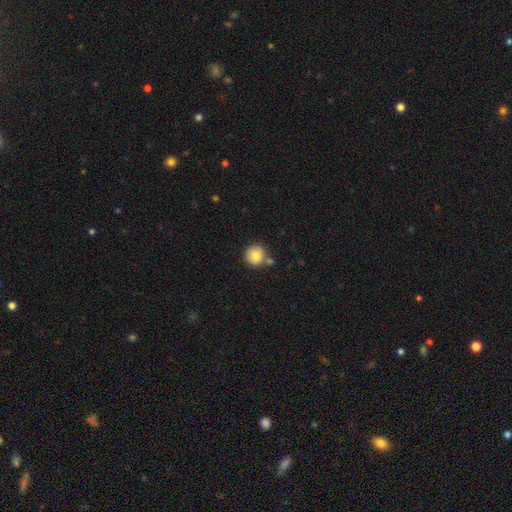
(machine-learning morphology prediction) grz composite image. It shows a smooth galaxy with no disk features (82%) that is round (94%). Merging: none (73%).